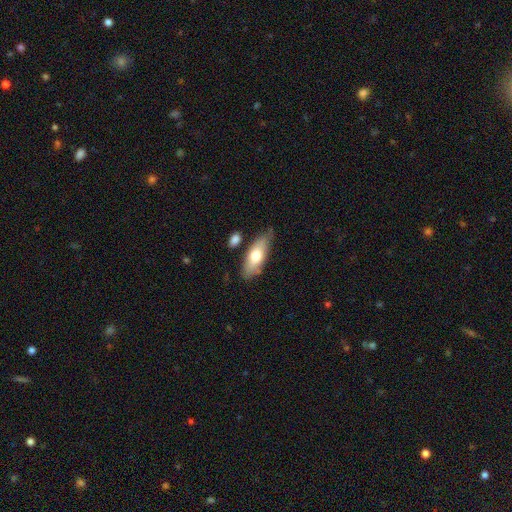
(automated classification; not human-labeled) The model was most divided on "how rounded": in between: 69%, cigar-shaped: 28%, round: 2%. More confident: merging — none (72%); smooth or featured — smooth (68%).